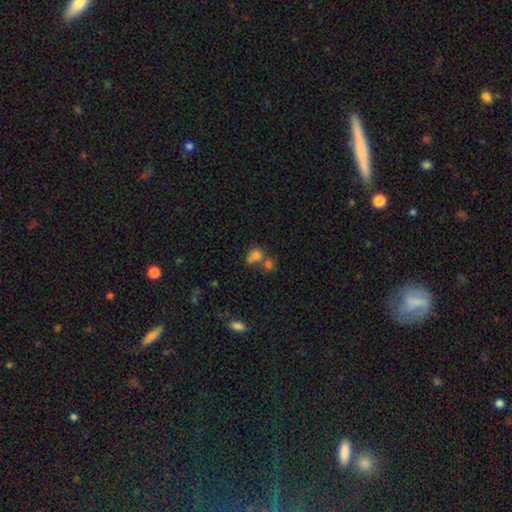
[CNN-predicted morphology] This is likely a smooth galaxy (71%). How rounded: likely round (75%). Merging: possibly merger (49%).